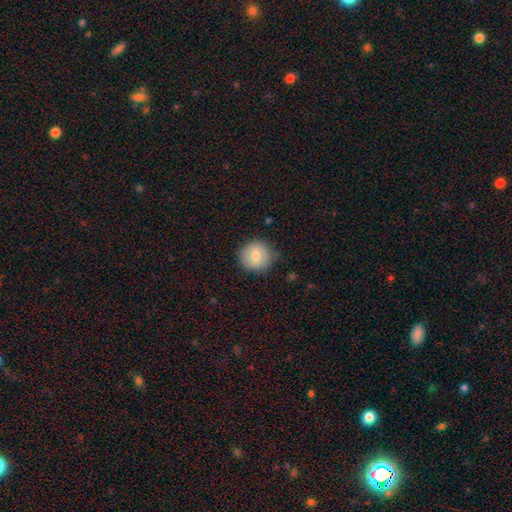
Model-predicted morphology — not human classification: A smooth galaxy with no disk features (77%) that is round (91%).

Vote fractions:
- Smooth or featured? smooth: 77% / featured or disk: 15% / star or artifact: 8%
- How rounded? round: 91% / in between: 8% / cigar-shaped: 1%
- Merging? none: 80% / minor disturbance: 16% / major disturbance: 3% / merger: 1%